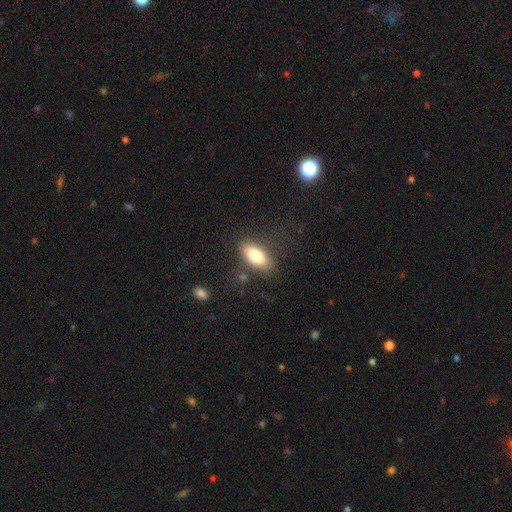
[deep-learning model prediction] This appears to be a smooth galaxy with no disk features (80%) that is in between round and cigar-shaped (86%). Merging: none (78%).